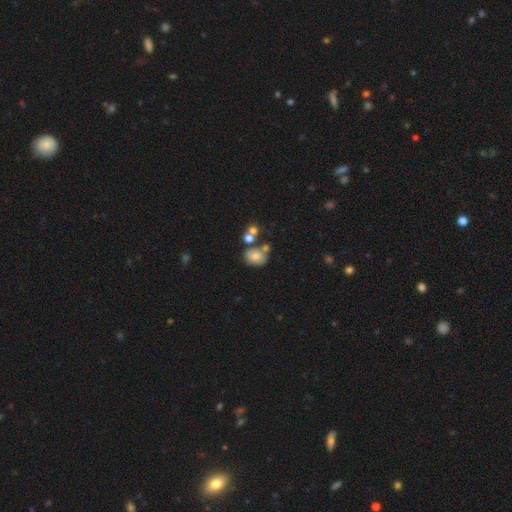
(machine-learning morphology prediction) The model was most divided on "how rounded": in between: 52%, round: 47%, cigar-shaped: 1%. Remaining: smooth or featured — smooth (72%); merging — none (47%).